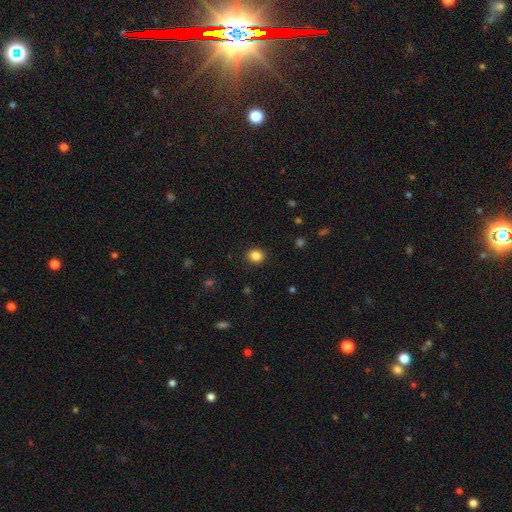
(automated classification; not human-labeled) smooth-or-featured: smooth: 85% | star or artifact: 11% | featured or disk: 4%
  how-rounded: round: 73% | in between: 26% | cigar-shaped: 1%
  merging: none: 90% | minor disturbance: 7% | major disturbance: 2% | merger: 1%